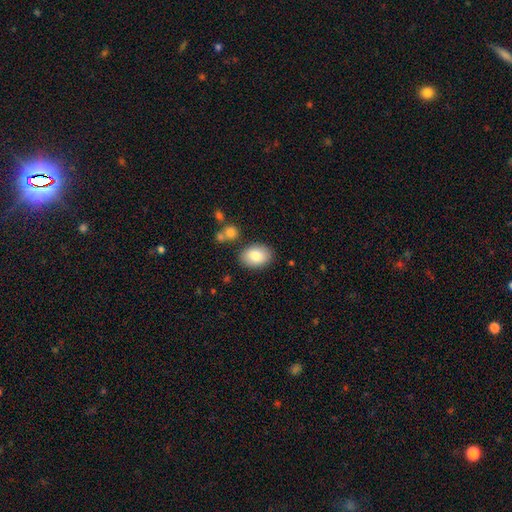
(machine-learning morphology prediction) This appears to be a smooth galaxy with no disk features (82%) that is in between round and cigar-shaped (81%). Merging: none (83%).